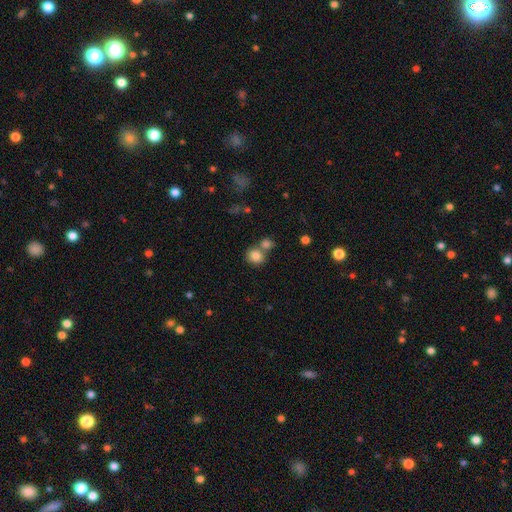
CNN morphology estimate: smooth 82%, star or artifact 10%, featured or disk 7%. Down the decision tree: how rounded — round (76%); merging — none (54%).